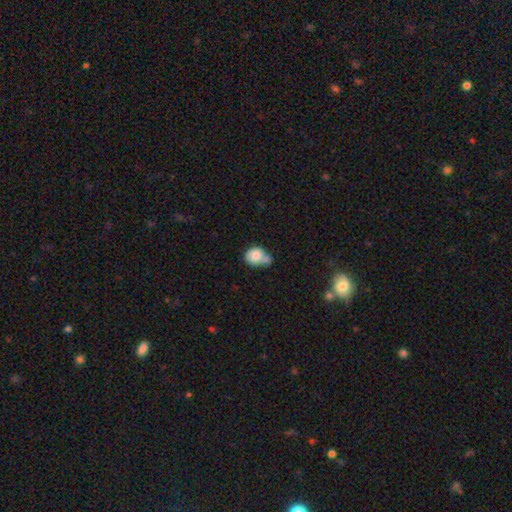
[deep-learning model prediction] The model was most divided on "merging": merger: 44%, none: 30%, minor disturbance: 19%, major disturbance: 7%. More confident: smooth or featured — smooth (80%); how rounded — round (63%).